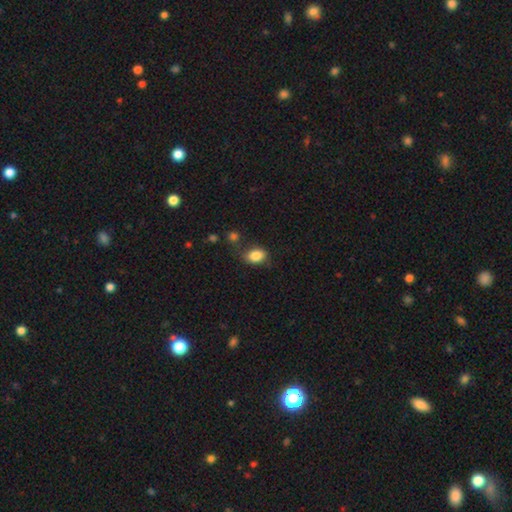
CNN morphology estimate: type=smooth (85%); roundness=in between (75%); merging=none (66%).